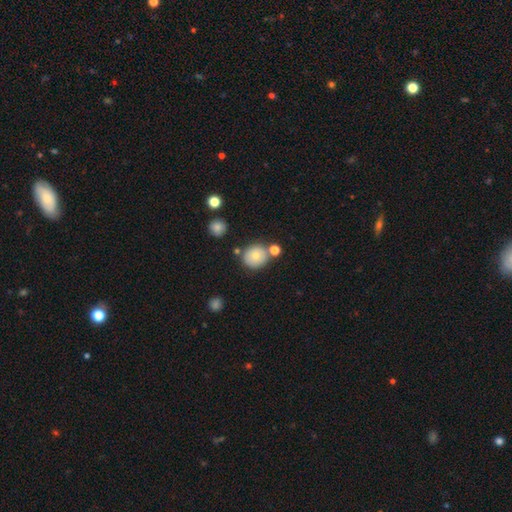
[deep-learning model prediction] smooth 71%, featured or disk 18%, star or artifact 11%. Down the decision tree: how rounded — round (85%); merging — none (72%).